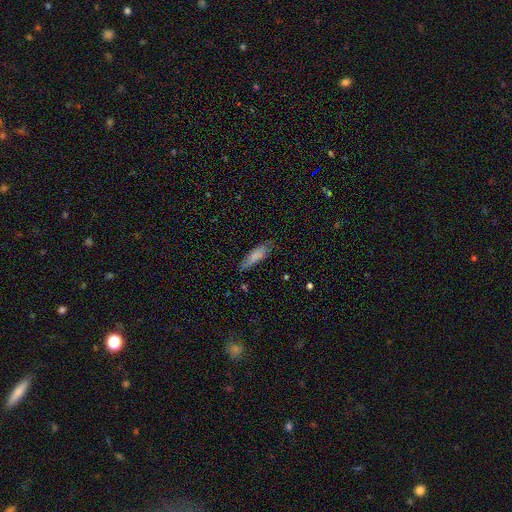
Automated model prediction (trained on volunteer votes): Smooth or featured?
  - smooth: 78% *
  - featured or disk: 15%
  - star or artifact: 7%
How rounded?
  - cigar-shaped: 55% *
  - in between: 43%
  - round: 2%
Merging?
  - none: 72% *
  - minor disturbance: 22%
  - major disturbance: 4%
  - merger: 2%